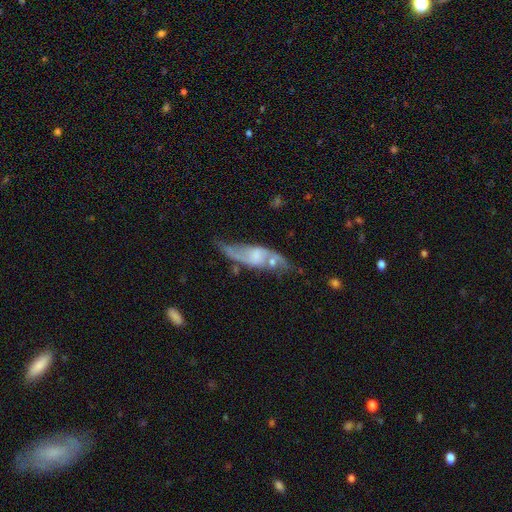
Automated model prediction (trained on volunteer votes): This is likely a featured or disk galaxy (73%). It is clearly not viewed edge-on (82%). Bar: possibly no (49%). Spiral arm pattern: clearly yes (83%). Central bulge: marginally small (44%). Merging: possibly none (47%).